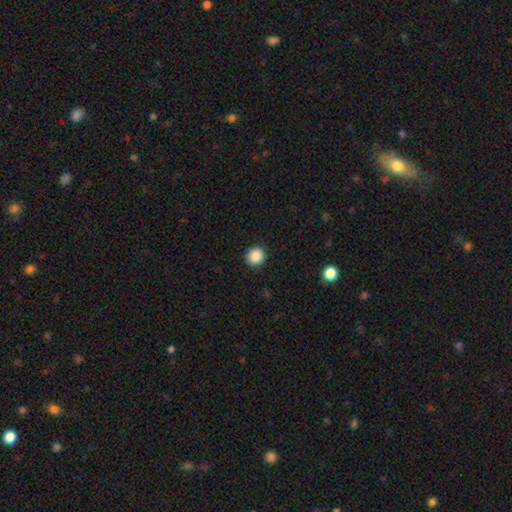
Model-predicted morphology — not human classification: smooth 88%, star or artifact 9%, featured or disk 3%. Down the decision tree: how rounded — round (91%); merging — none (92%).